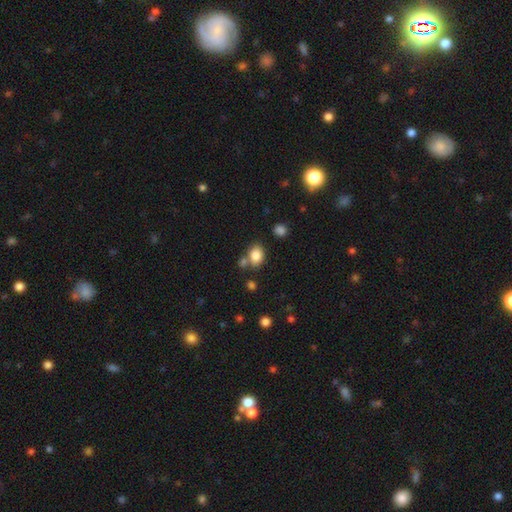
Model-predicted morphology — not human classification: This is clearly a smooth galaxy (84%). How rounded: likely in between (64%). Merging: likely none (64%).